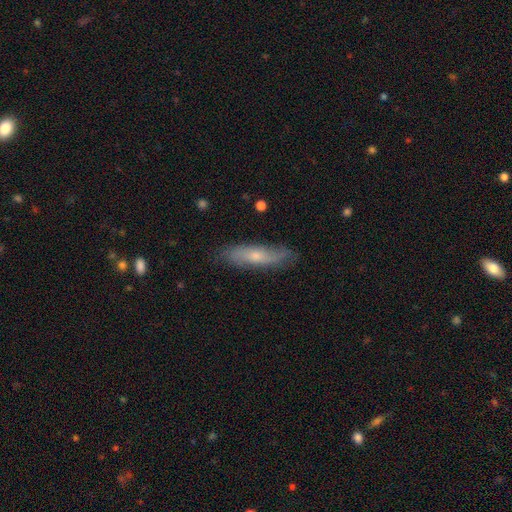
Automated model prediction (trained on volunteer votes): Q: Smooth or featured?
A: smooth (48%); runner-up: featured or disk (45%)
Q: Merging?
A: none (78%); runner-up: minor disturbance (17%)